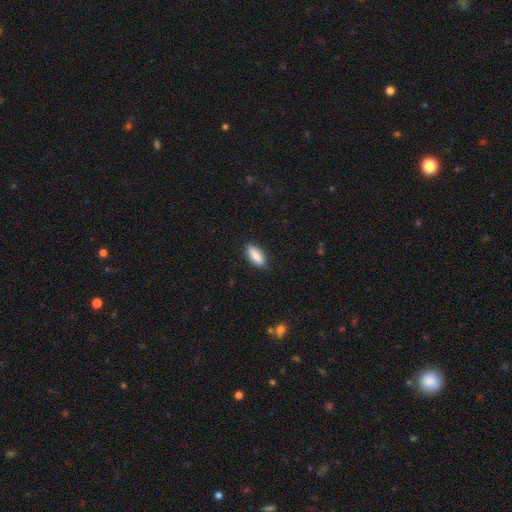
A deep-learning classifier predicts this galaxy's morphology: Smooth or featured?
  - smooth: 83% *
  - featured or disk: 11%
  - star or artifact: 6%
How rounded?
  - in between: 65% *
  - cigar-shaped: 33%
  - round: 2%
Merging?
  - none: 84% *
  - minor disturbance: 12%
  - major disturbance: 2%
  - merger: 1%